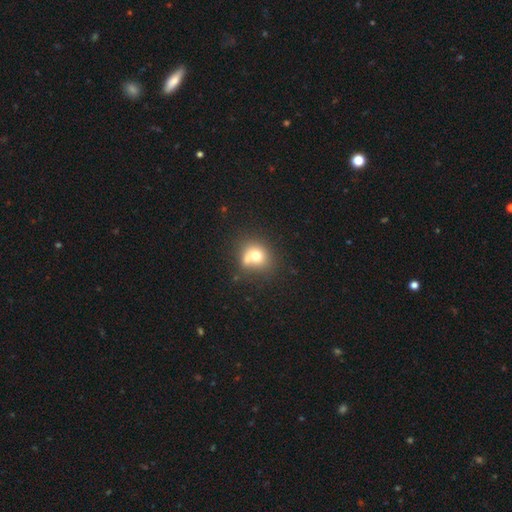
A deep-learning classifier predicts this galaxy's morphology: This appears to be a smooth galaxy with no disk features (70%) that is round (72%). Merging: none (41%).